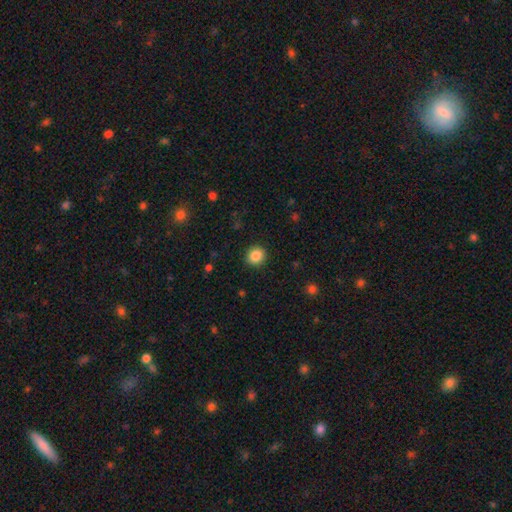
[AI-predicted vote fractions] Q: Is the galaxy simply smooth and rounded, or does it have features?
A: smooth — 87%.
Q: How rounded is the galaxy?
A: round — 86%.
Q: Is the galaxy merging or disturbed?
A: none — 91%.